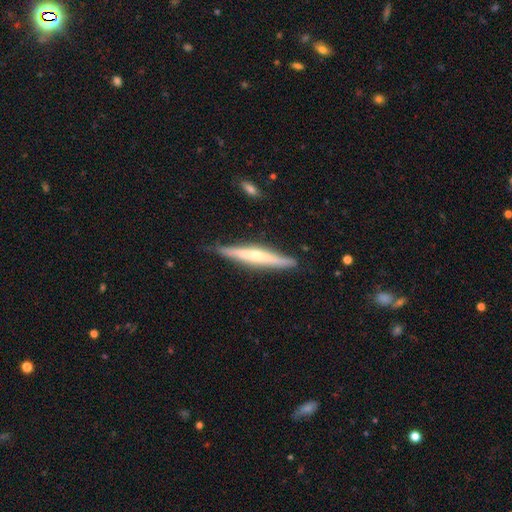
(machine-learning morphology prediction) featured or disk 60%, smooth 35%, star or artifact 6%. Down the decision tree: edge-on disk — yes (95%); edge-on bulge — rounded (62%); merging — none (84%).